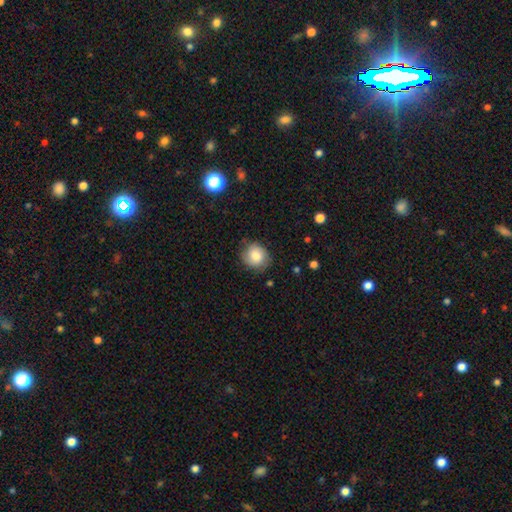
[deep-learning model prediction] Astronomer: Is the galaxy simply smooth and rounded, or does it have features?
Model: smooth — 75%.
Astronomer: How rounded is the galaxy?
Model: round — 81%.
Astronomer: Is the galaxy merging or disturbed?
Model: none — 78%.